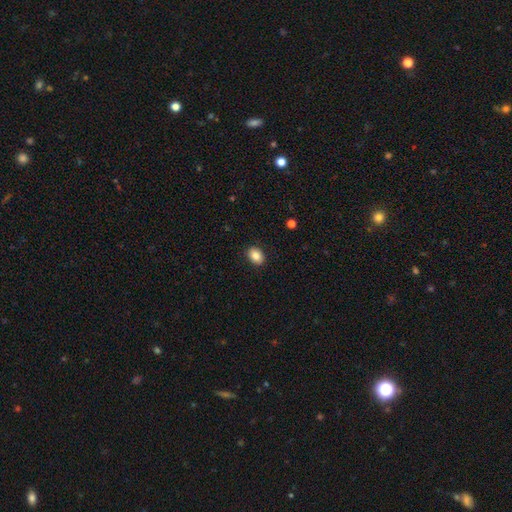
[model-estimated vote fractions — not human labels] smooth-or-featured: smooth: 85% | star or artifact: 8% | featured or disk: 7%
  how-rounded: in between: 73% | round: 26% | cigar-shaped: 1%
  merging: none: 90% | minor disturbance: 7% | major disturbance: 2% | merger: 1%